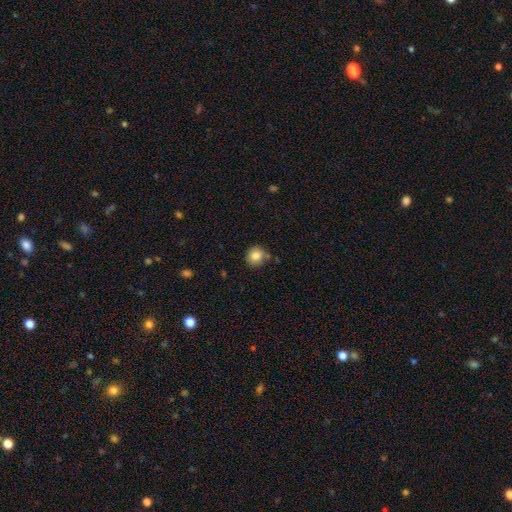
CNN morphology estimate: A smooth galaxy with no disk features (84%) that is round (88%).

Vote fractions:
- Smooth or featured? smooth: 84% / star or artifact: 9% / featured or disk: 7%
- How rounded? round: 88% / in between: 11% / cigar-shaped: 1%
- Merging? none: 77% / minor disturbance: 14% / merger: 6% / major disturbance: 3%